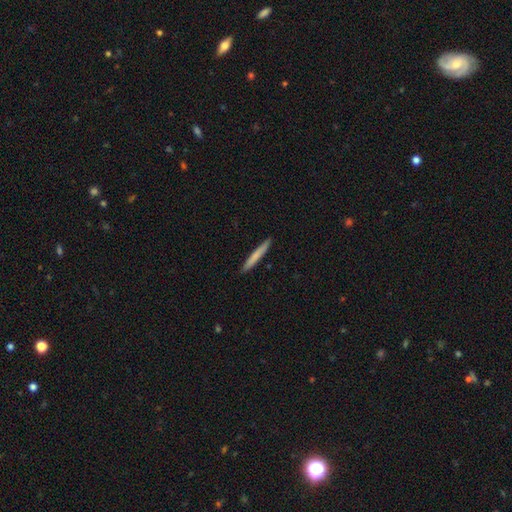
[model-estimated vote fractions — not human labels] A smooth galaxy with no disk features (71%) that is cigar-shaped (96%). Merging: none (92%).